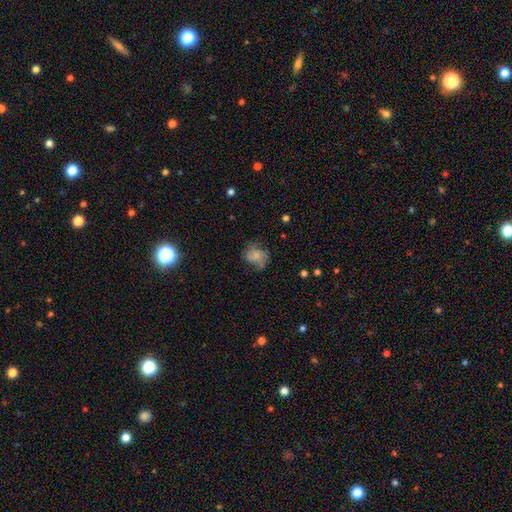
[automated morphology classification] smooth_or_featured: smooth (p=0.52) [alt: featured or disk p=0.37]
how_rounded: round (p=0.59) [alt: in between p=0.40]
merging: none (p=0.56) [alt: minor disturbance p=0.25]